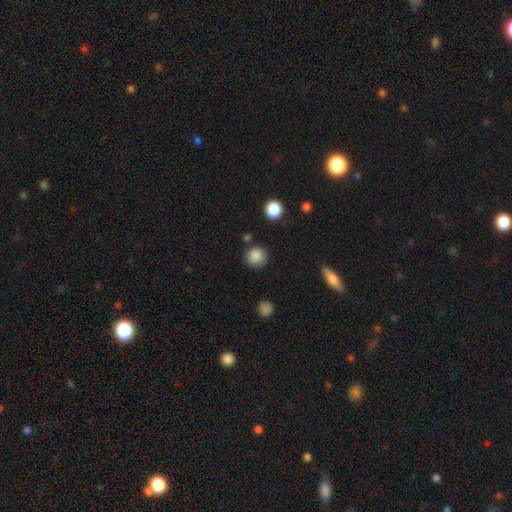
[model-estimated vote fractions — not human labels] Smooth or featured?
  - smooth: 86% *
  - star or artifact: 10%
  - featured or disk: 4%
How rounded?
  - round: 93% *
  - in between: 6%
  - cigar-shaped: 1%
Merging?
  - none: 84% *
  - minor disturbance: 10%
  - merger: 3%
  - major disturbance: 3%